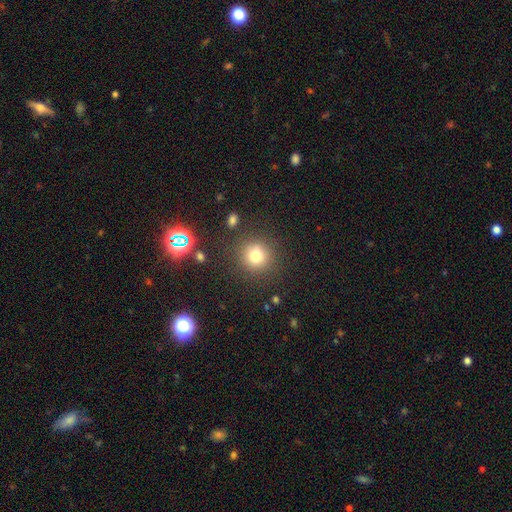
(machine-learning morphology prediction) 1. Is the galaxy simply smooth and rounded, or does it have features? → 77% smooth, 15% star or artifact, 8% featured or disk.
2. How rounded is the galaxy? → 92% round, 8% in between, 1% cigar-shaped.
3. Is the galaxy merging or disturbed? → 86% none, 8% minor disturbance, 3% major disturbance, 3% merger.